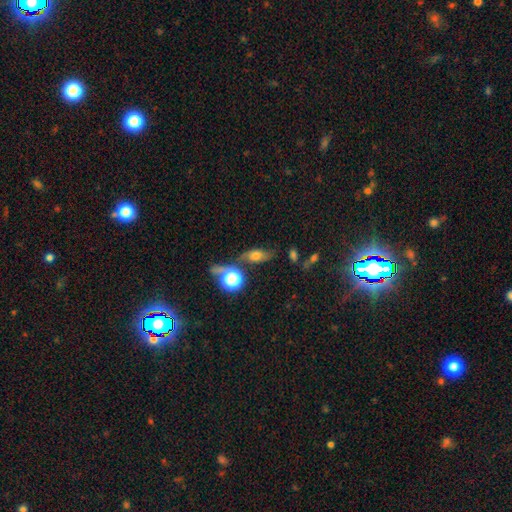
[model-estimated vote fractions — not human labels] Overall: smooth (46%; featured or disk 37%). Merging: none (58%; minor disturbance 20%).